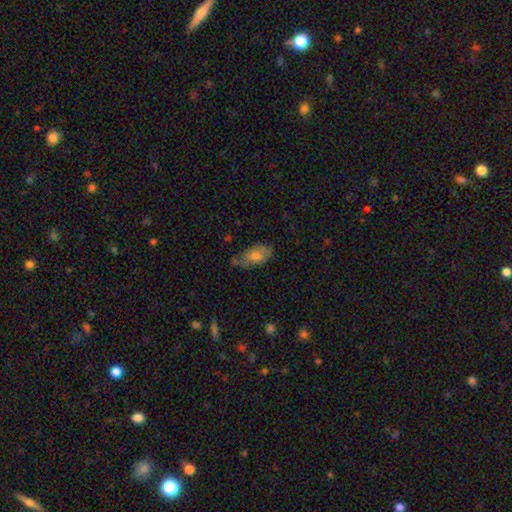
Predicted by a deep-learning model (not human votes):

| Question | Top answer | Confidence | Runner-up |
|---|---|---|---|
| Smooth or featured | smooth | 69% | featured or disk (23%) |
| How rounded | in between | 88% | cigar-shaped (7%) |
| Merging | none | 50% | minor disturbance (35%) |